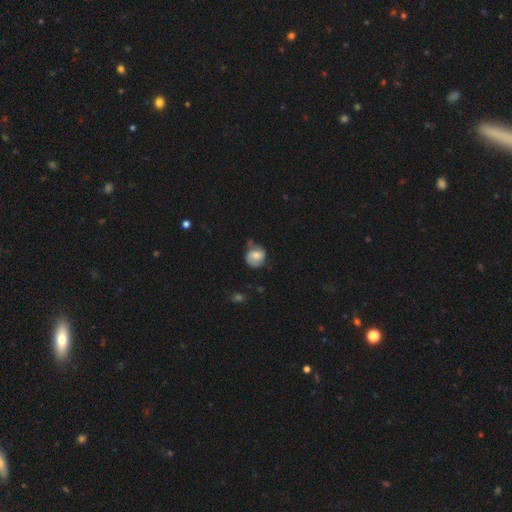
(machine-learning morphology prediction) The model was most divided on "smooth or featured": smooth: 53%, featured or disk: 40%, star or artifact: 8%. More confident: how rounded — round (71%); merging — none (51%).